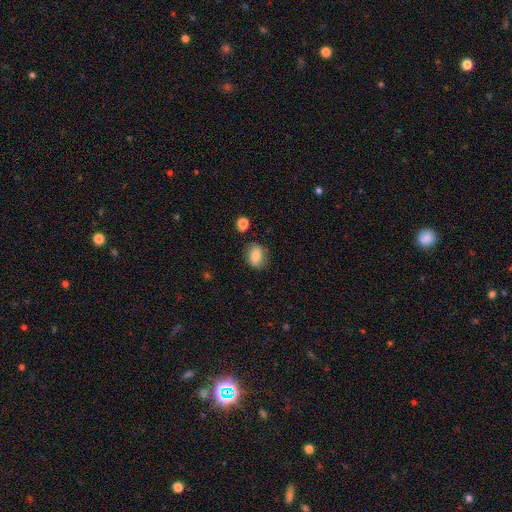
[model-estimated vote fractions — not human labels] Morphology: type=smooth (78%); roundness=in between (67%); merging=none (77%).